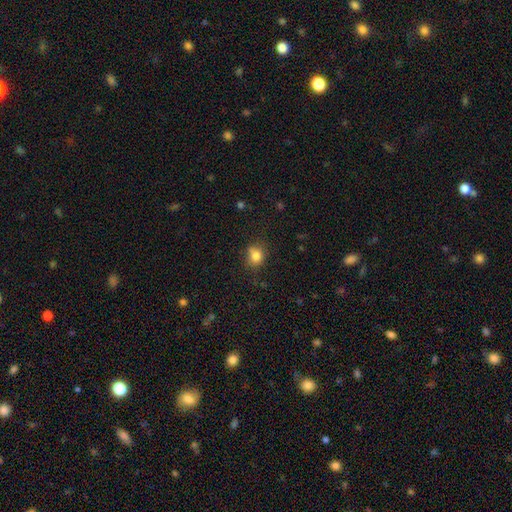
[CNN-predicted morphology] Smooth or featured?
  - smooth: 82% *
  - star or artifact: 11%
  - featured or disk: 7%
How rounded?
  - round: 65% *
  - in between: 34%
  - cigar-shaped: 1%
Merging?
  - none: 68% *
  - minor disturbance: 22%
  - major disturbance: 6%
  - merger: 4%